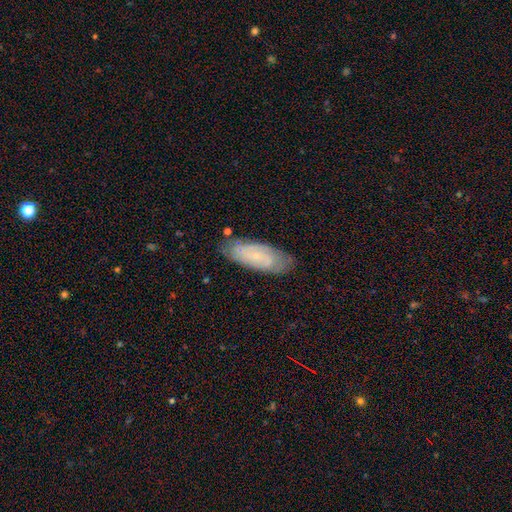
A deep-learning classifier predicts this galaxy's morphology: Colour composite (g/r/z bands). It shows a featured or disk galaxy (60%) with no bar (68%), spiral arms (82%) and a small central bulge (80%). Merging: none (76%).